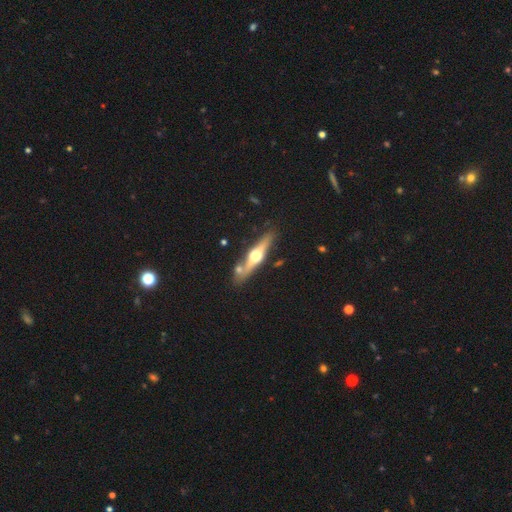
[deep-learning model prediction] smooth-or-featured: featured or disk: 71% | smooth: 24% | star or artifact: 5%
  disk-edge-on: yes: 96% | no: 4%
    edge-on-bulge: rounded: 96% | boxy: 2% | none: 2%
  merging: none: 77% | minor disturbance: 11% | merger: 9% | major disturbance: 3%